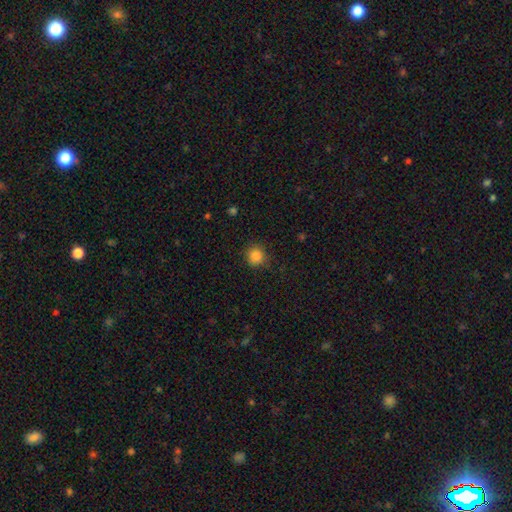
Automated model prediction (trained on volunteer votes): Smooth or featured: smooth — 85% (star or artifact — 11%)
How rounded: round — 91% (in between — 8%)
Merging: none — 84% (minor disturbance — 11%)